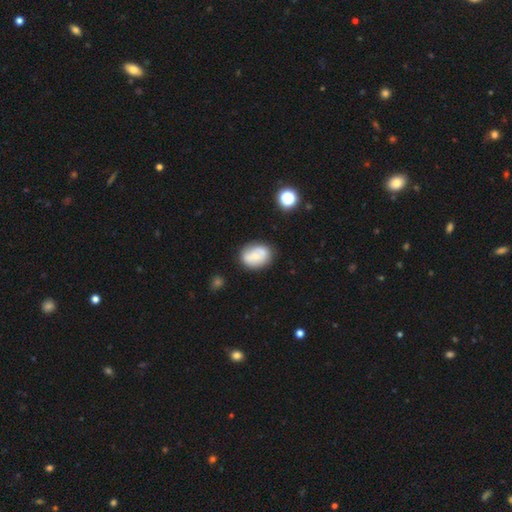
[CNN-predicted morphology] Smooth or featured? Predicted: smooth (p=0.59). How rounded? Predicted: in between (p=0.66). Merging? Predicted: none (p=0.71).